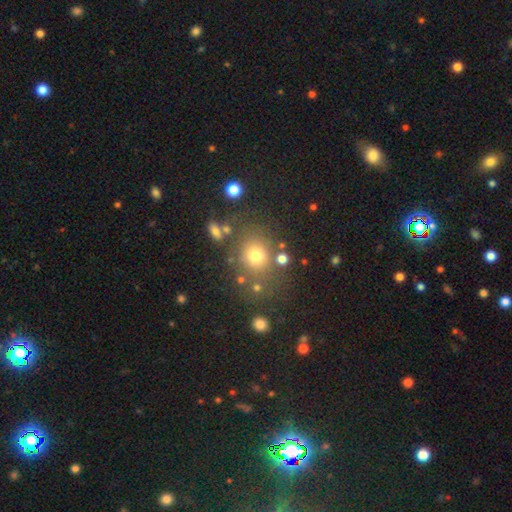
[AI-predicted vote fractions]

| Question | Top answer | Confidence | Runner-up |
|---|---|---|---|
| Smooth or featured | smooth | 71% | star or artifact (18%) |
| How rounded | round | 75% | in between (24%) |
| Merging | none | 73% | minor disturbance (13%) |